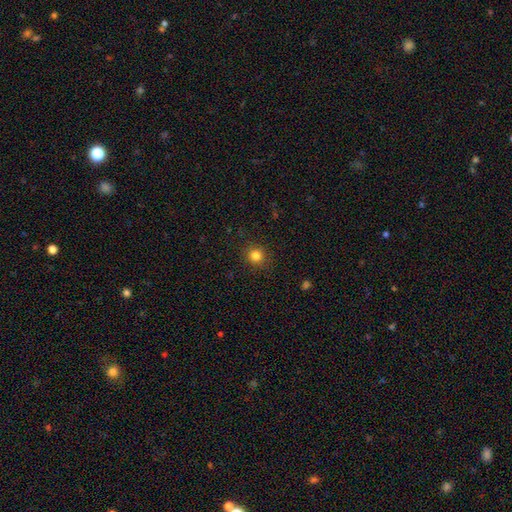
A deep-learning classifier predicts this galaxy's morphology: Smooth or featured: smooth — 82% (star or artifact — 13%)
How rounded: round — 90% (in between — 9%)
Merging: none — 89% (minor disturbance — 7%)